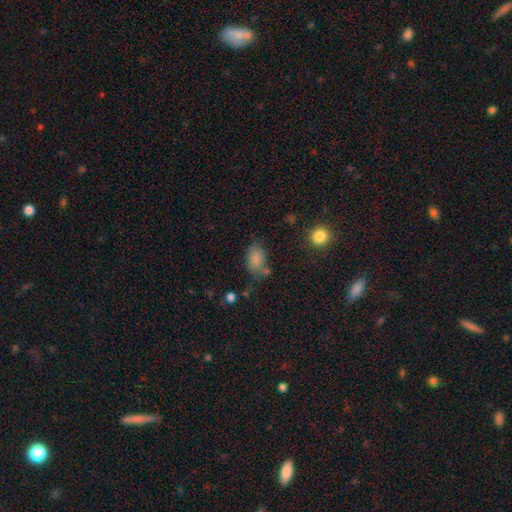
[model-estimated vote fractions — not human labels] Smooth or featured?
  - smooth: 77% *
  - star or artifact: 15%
  - featured or disk: 8%
How rounded?
  - in between: 83% *
  - round: 14%
  - cigar-shaped: 3%
Merging?
  - none: 62% *
  - minor disturbance: 21%
  - merger: 9%
  - major disturbance: 8%